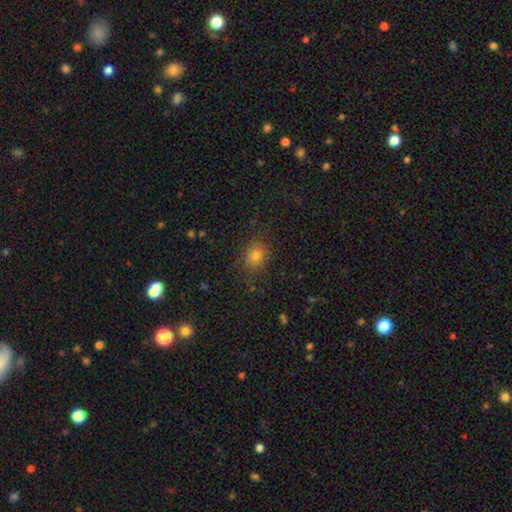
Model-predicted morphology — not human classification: Smooth or featured? smooth (75%)
How rounded? round (53%)
Merging? none (81%)